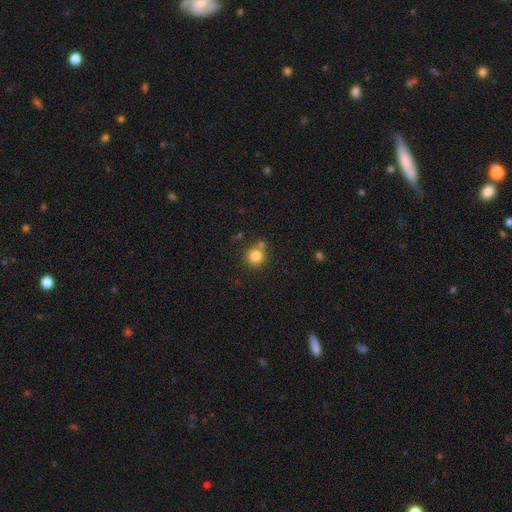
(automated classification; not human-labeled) Overall: smooth (82%). How rounded: round (91%). Merging: none (69%).